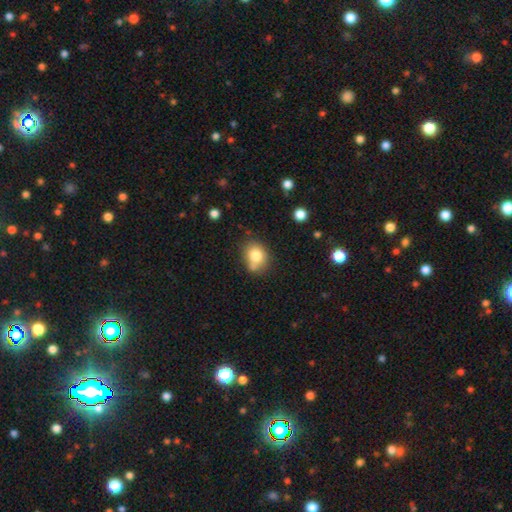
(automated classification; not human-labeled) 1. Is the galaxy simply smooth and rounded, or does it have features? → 78% smooth, 11% featured or disk, 10% star or artifact.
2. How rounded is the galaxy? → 53% round, 46% in between, 1% cigar-shaped.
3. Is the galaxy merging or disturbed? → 58% none, 21% minor disturbance, 16% merger, 6% major disturbance.